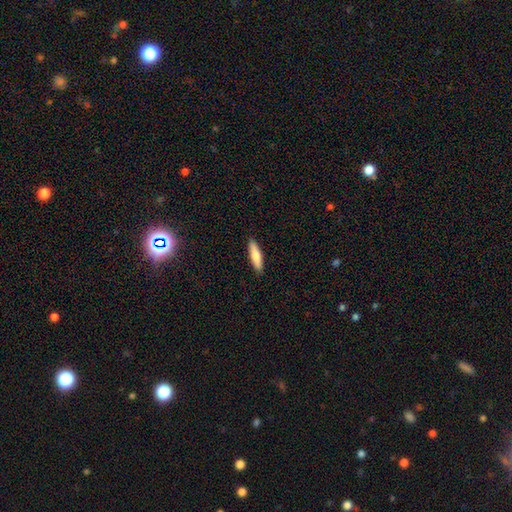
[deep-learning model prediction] This appears to be a smooth galaxy with no disk features (72%) that is cigar-shaped (71%). Merging: none (90%).